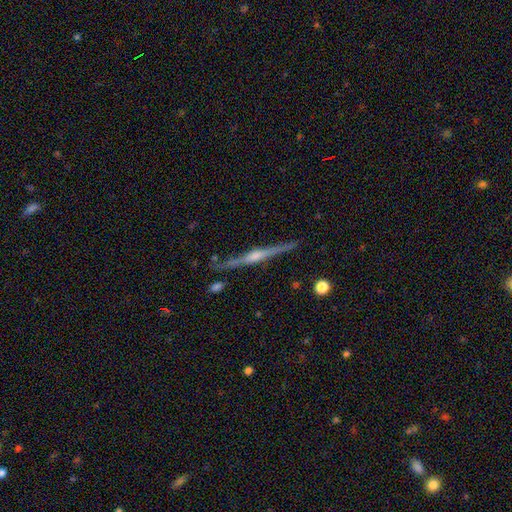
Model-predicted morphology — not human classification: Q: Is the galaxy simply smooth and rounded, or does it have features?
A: featured or disk — 82%.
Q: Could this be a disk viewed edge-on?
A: yes — 98%.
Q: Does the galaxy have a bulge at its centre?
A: rounded — 76%.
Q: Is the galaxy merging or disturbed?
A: none — 83%.